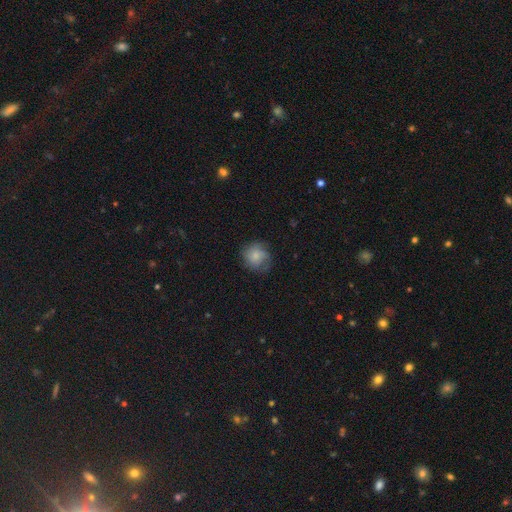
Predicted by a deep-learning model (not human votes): smooth_or_featured: smooth (p=0.69) [alt: featured or disk p=0.22]
how_rounded: round (p=0.83) [alt: in between p=0.16]
merging: none (p=0.69) [alt: minor disturbance p=0.22]